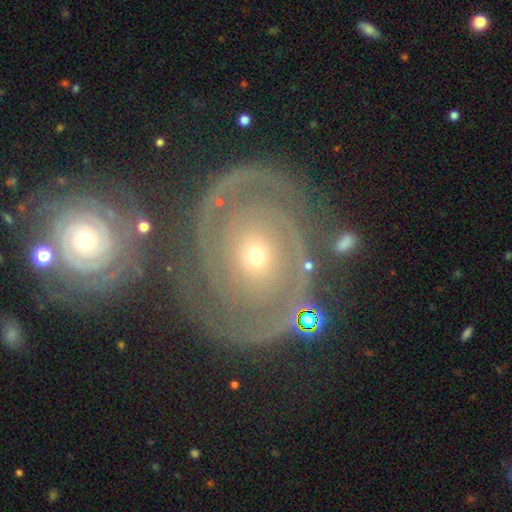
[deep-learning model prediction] Smooth or featured: featured or disk — 89% (star or artifact — 6%)
Edge-on disk: no — 97% (yes — 3%)
Bar: no — 80% (weak — 13%)
Spiral arms: yes — 96% (no — 4%)
Spiral winding: tight — 76% (medium — 20%)
Spiral arm count: 2 — 69% (can't tell — 11%)
Bulge size: small — 70% (moderate — 26%)
Merging: none — 67% (minor disturbance — 14%)